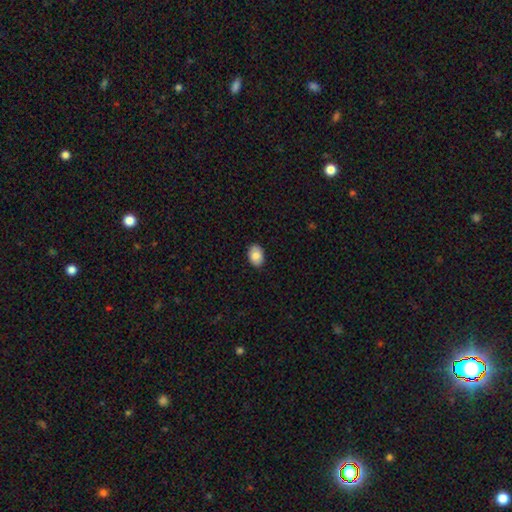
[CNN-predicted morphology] A smooth galaxy with no disk features (83%) that is in between round and cigar-shaped (84%). Merging: none (89%).